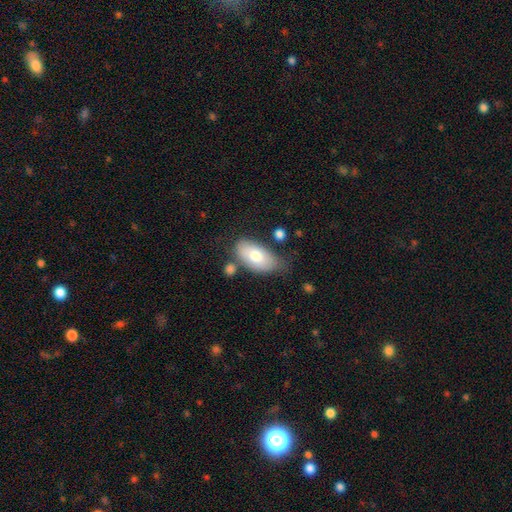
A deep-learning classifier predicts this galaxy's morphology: Smooth or featured?
  - smooth: 71% *
  - featured or disk: 23%
  - star or artifact: 6%
How rounded?
  - in between: 93% *
  - round: 4%
  - cigar-shaped: 3%
Merging?
  - none: 58% *
  - minor disturbance: 25%
  - merger: 9%
  - major disturbance: 8%